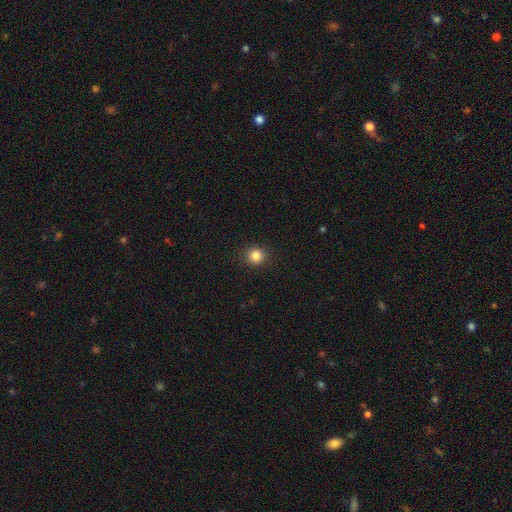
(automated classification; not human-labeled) Smooth or featured? Predicted: smooth (p=0.84). How rounded? Predicted: round (p=0.89). Merging? Predicted: none (p=0.90).